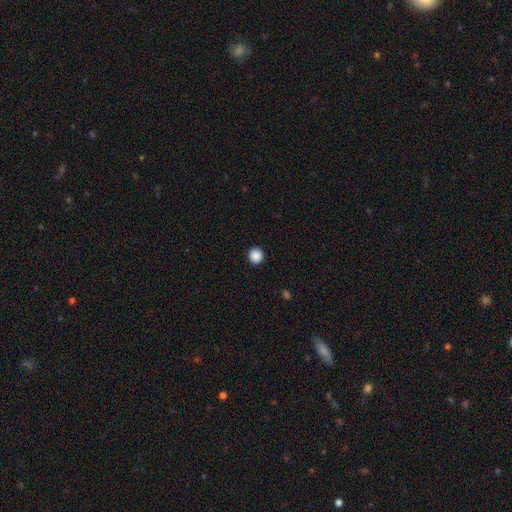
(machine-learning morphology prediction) This is clearly a smooth galaxy (89%). How rounded: clearly round (93%). Merging: clearly none (93%).